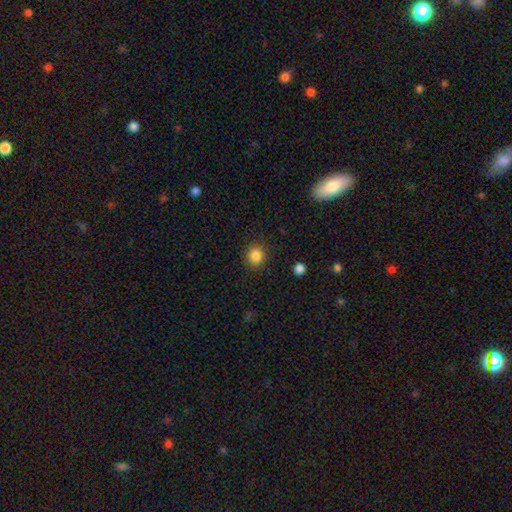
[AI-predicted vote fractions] Smooth or featured: smooth — 85% (star or artifact — 11%)
How rounded: round — 87% (in between — 12%)
Merging: none — 89% (minor disturbance — 7%)